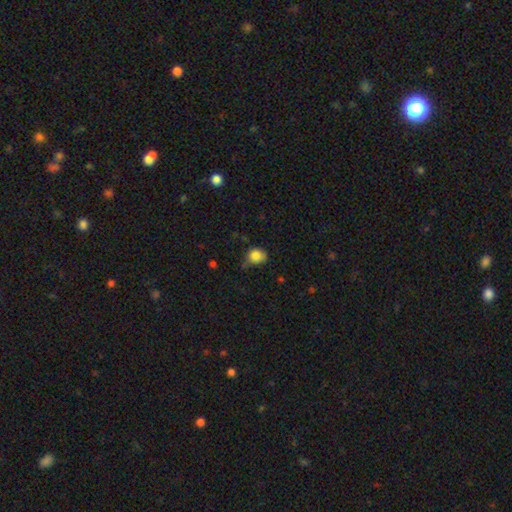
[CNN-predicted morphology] This appears to be a smooth galaxy with no disk features (84%) that is round (62%). Merging: none (51%).